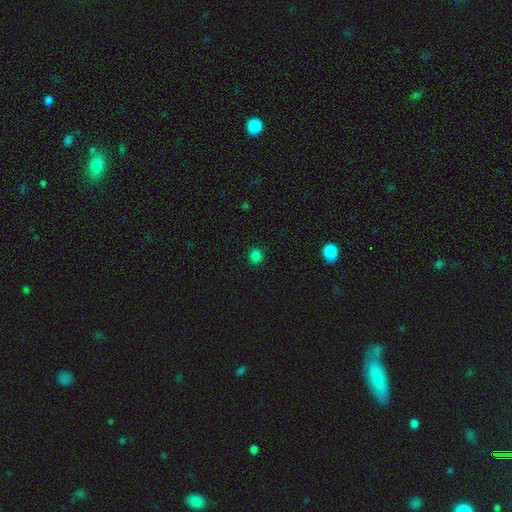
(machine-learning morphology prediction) type=smooth (82%); roundness=round (78%); merging=none (90%).